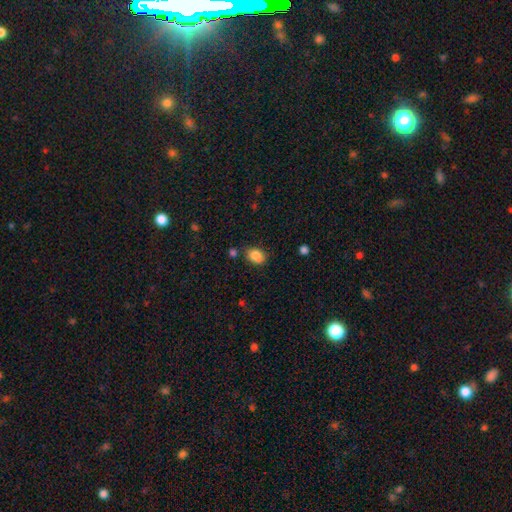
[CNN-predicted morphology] A smooth galaxy with no disk features (86%) that is in between round and cigar-shaped (78%).

Vote fractions:
- Smooth or featured? smooth: 86% / star or artifact: 9% / featured or disk: 5%
- How rounded? in between: 78% / round: 20% / cigar-shaped: 1%
- Merging? none: 76% / minor disturbance: 15% / merger: 6% / major disturbance: 3%